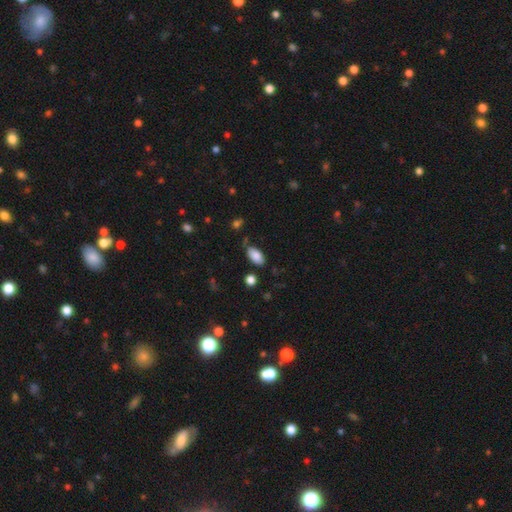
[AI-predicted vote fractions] This is clearly a smooth galaxy (85%). How rounded: clearly in between (94%). Merging: likely none (72%).